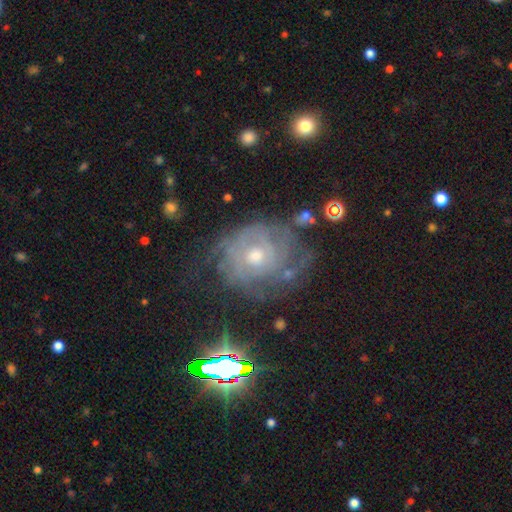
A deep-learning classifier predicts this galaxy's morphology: Smooth or featured? Predicted: featured or disk (p=0.77). Edge-on disk? Predicted: no (p=0.97). Bar? Predicted: no (p=0.80). Spiral arms? Predicted: yes (p=0.80). Spiral winding? Predicted: tight (p=0.65). Spiral arm count? Predicted: can't tell (p=0.55). Bulge size? Predicted: moderate (p=0.62). Merging? Predicted: none (p=0.56).